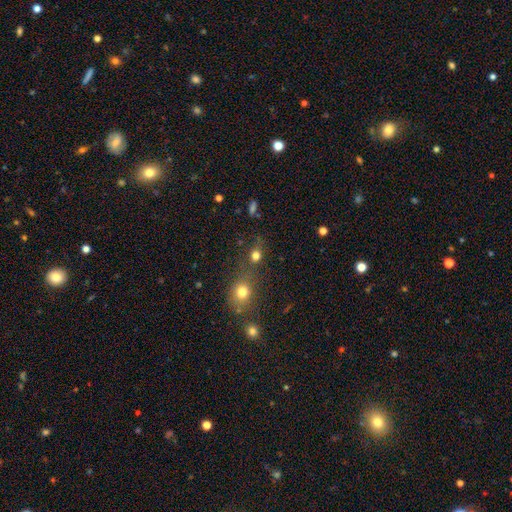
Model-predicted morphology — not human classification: This is likely a smooth galaxy (75%). How rounded: likely round (75%). Merging: possibly none (59%).